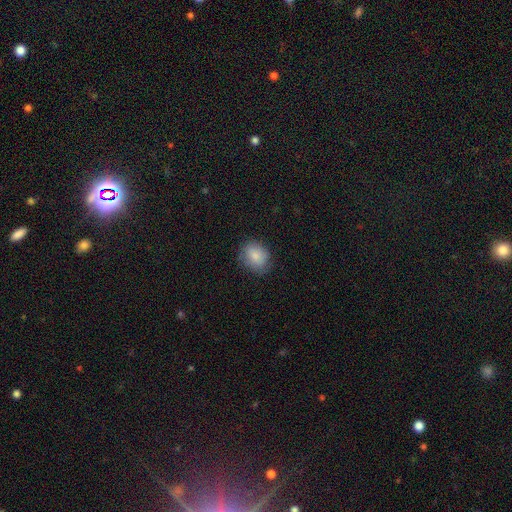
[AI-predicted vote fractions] Overall: smooth (84%). How rounded: round (60%; in between 40%). Merging: none (78%).